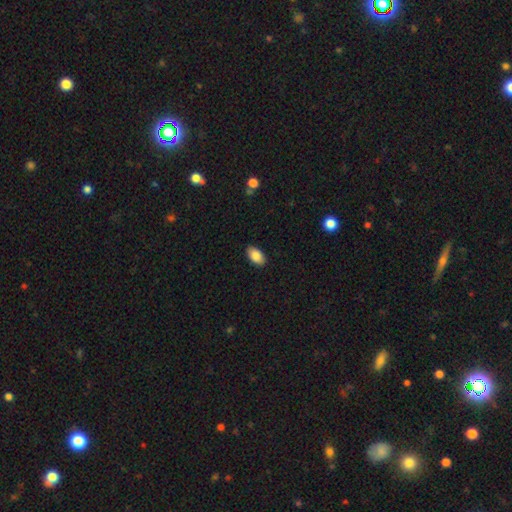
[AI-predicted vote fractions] Smooth or featured? smooth (87%)
How rounded? in between (94%)
Merging? none (89%)